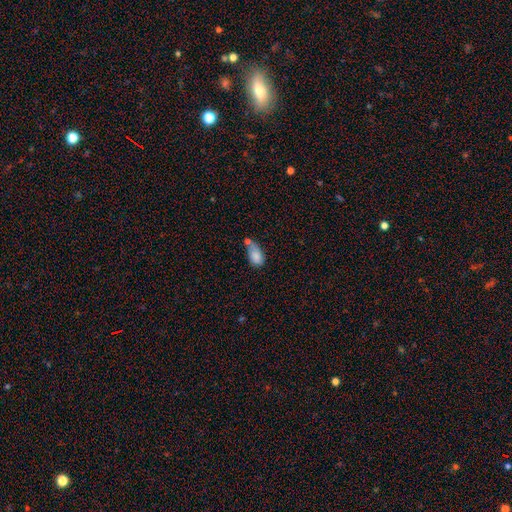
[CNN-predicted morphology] Smooth or featured?
  - smooth: 80% *
  - featured or disk: 12%
  - star or artifact: 9%
How rounded?
  - in between: 88% *
  - round: 9%
  - cigar-shaped: 3%
Merging?
  - none: 31% *
  - merger: 28%
  - minor disturbance: 28%
  - major disturbance: 13%